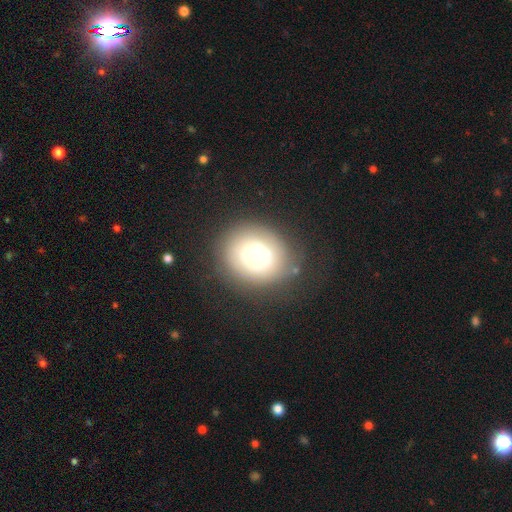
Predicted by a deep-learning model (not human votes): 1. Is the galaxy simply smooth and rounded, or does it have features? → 60% smooth, 29% featured or disk, 11% star or artifact.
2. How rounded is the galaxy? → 75% round, 24% in between, 1% cigar-shaped.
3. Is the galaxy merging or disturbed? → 76% none, 15% minor disturbance, 7% major disturbance, 2% merger.